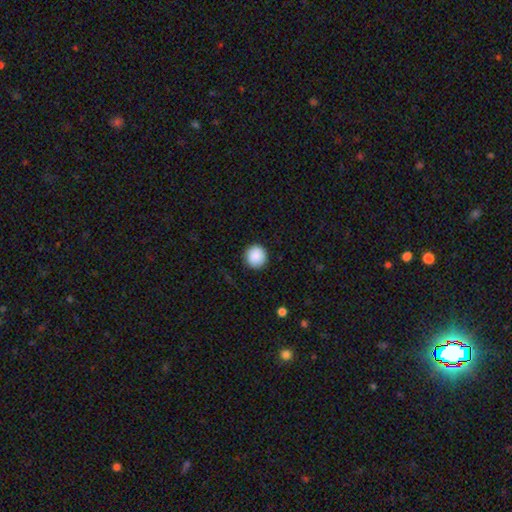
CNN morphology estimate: Smooth or featured: smooth — 89% (star or artifact — 8%)
How rounded: round — 95% (in between — 4%)
Merging: none — 91% (minor disturbance — 6%)